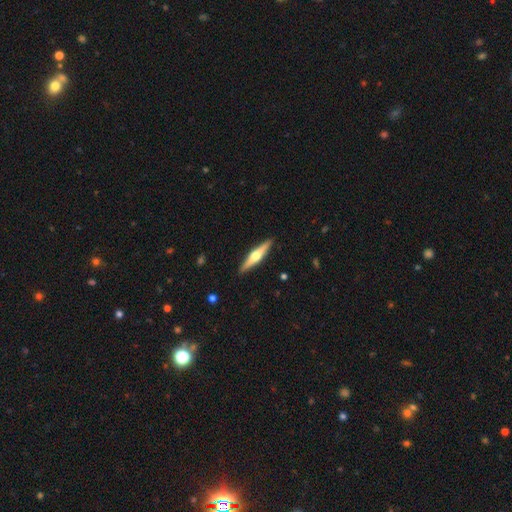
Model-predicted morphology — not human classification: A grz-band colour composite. It shows a featured or disk galaxy (67%) viewed edge-on (97%) with a rounded central bulge (94%). Merging: none (91%).